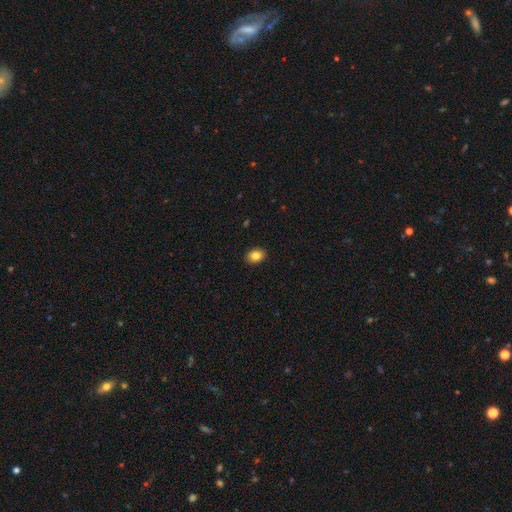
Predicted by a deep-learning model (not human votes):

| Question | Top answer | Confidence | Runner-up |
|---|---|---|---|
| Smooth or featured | smooth | 85% | star or artifact (9%) |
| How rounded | in between | 65% | round (34%) |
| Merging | none | 91% | minor disturbance (7%) |